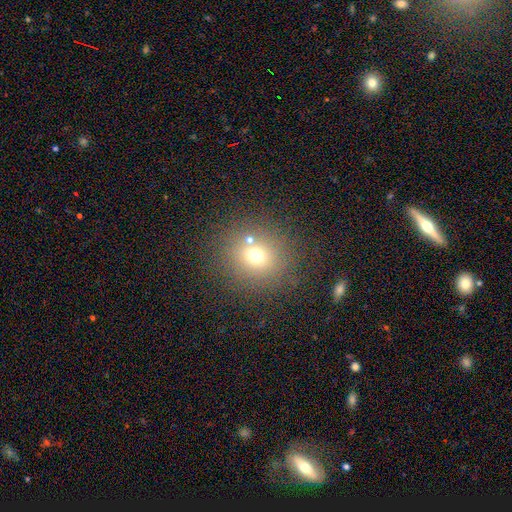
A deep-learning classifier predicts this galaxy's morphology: smooth 66%, star or artifact 22%, featured or disk 12%. Down the decision tree: how rounded — round (87%); merging — none (78%).